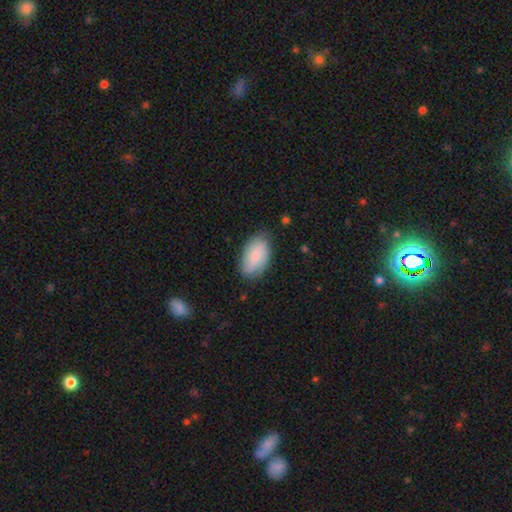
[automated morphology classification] This appears to be a smooth galaxy with no disk features (77%) that is in between round and cigar-shaped (93%). Merging: none (78%).